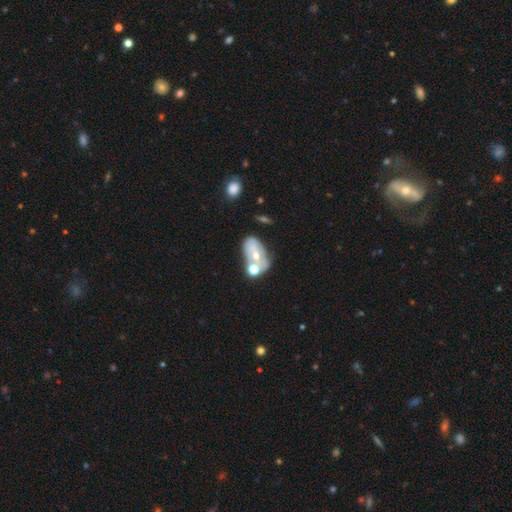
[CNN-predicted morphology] The model was most divided on "merging": merger: 38%, none: 33%, minor disturbance: 19%, major disturbance: 10%. Remaining: smooth or featured — featured or disk (48%).